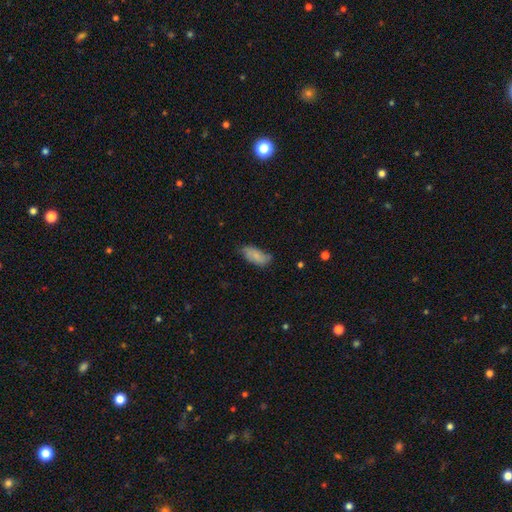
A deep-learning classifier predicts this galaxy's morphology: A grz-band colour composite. It shows a smooth galaxy with no disk features (76%) that is in between round and cigar-shaped (91%). Merging: none (57%).